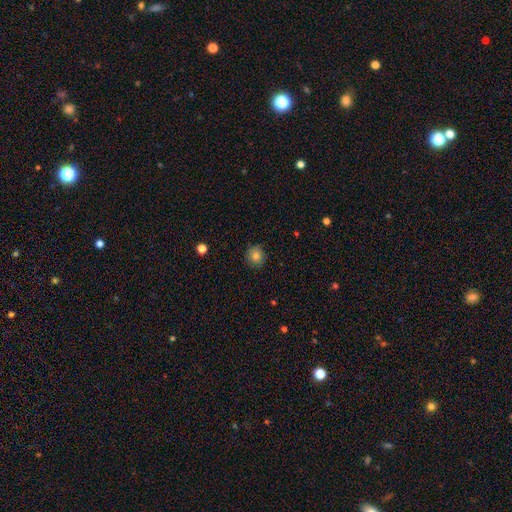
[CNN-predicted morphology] A smooth galaxy with no disk features (82%) that is round (89%).

Vote fractions:
- Smooth or featured? smooth: 82% / star or artifact: 11% / featured or disk: 7%
- How rounded? round: 89% / in between: 10% / cigar-shaped: 1%
- Merging? none: 87% / minor disturbance: 10% / major disturbance: 2% / merger: 1%